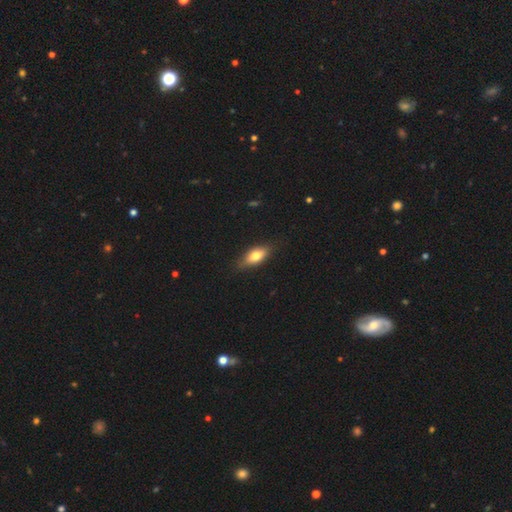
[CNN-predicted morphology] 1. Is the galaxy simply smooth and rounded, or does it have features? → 70% smooth, 23% featured or disk, 7% star or artifact.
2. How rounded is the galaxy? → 78% in between, 18% cigar-shaped, 4% round.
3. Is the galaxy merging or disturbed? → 82% none, 15% minor disturbance, 3% major disturbance, 1% merger.